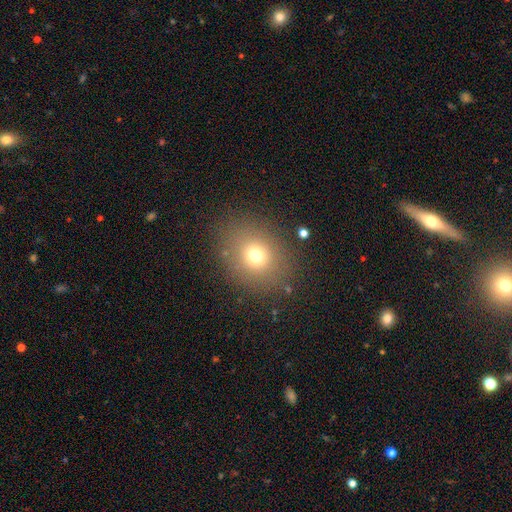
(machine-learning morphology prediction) A smooth galaxy with no disk features (70%) that is round (68%).

Vote fractions:
- Smooth or featured? smooth: 70% / star or artifact: 18% / featured or disk: 12%
- How rounded? round: 68% / in between: 31% / cigar-shaped: 1%
- Merging? none: 85% / minor disturbance: 9% / major disturbance: 5% / merger: 2%